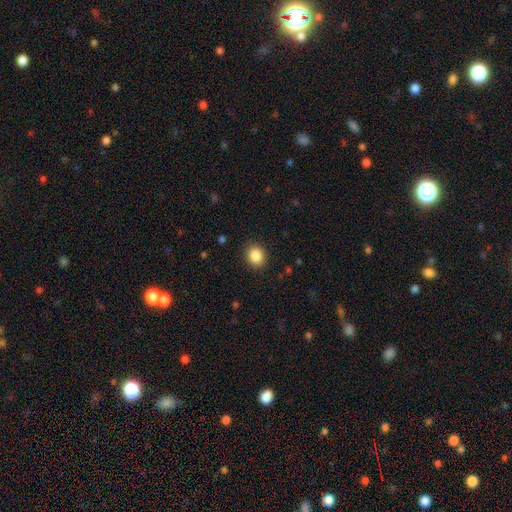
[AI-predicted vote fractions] This appears to be a smooth galaxy with no disk features (87%) that is round (70%). Merging: none (89%).